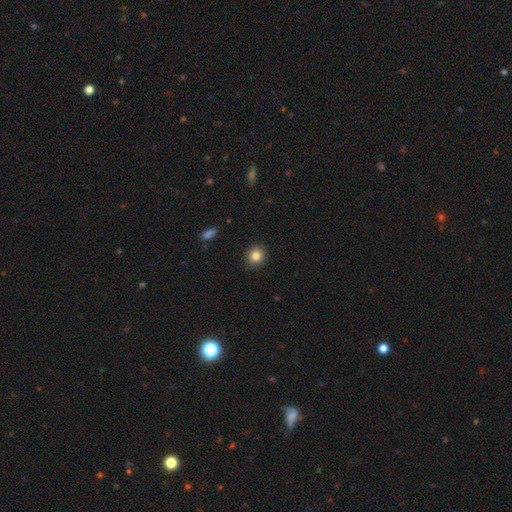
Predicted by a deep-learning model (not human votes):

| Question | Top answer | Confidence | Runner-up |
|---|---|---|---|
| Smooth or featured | smooth | 84% | star or artifact (10%) |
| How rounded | round | 76% | in between (23%) |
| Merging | none | 89% | minor disturbance (8%) |